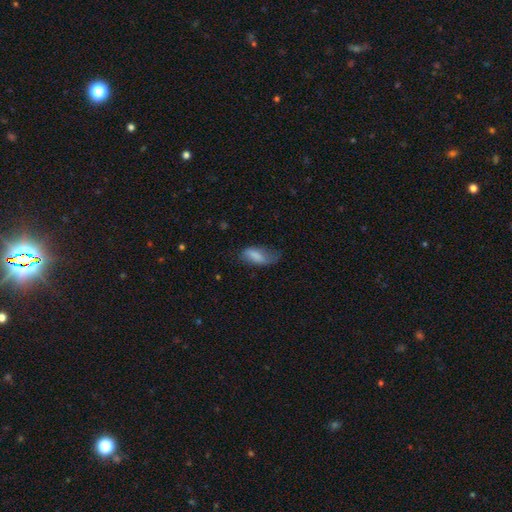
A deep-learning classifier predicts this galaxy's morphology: A smooth galaxy with no disk features (73%) that is in between round and cigar-shaped (85%).

Vote fractions:
- Smooth or featured? smooth: 73% / featured or disk: 19% / star or artifact: 8%
- How rounded? in between: 85% / cigar-shaped: 12% / round: 3%
- Merging? minor disturbance: 36% / none: 34% / major disturbance: 28% / merger: 2%